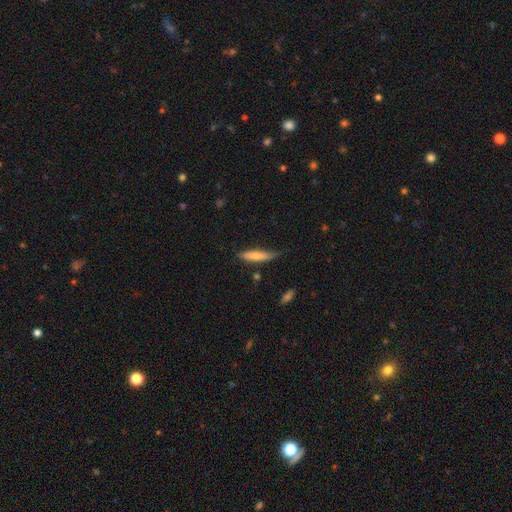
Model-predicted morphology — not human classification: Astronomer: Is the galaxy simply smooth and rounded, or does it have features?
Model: smooth — 71%.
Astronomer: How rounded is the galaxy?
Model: cigar-shaped — 83%.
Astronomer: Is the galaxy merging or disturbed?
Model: none — 61%.